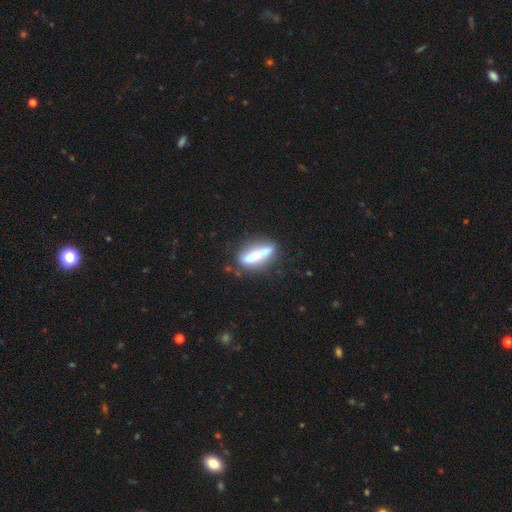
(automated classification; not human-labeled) smooth_or_featured: smooth (p=0.54) [alt: featured or disk p=0.37]
how_rounded: cigar-shaped (p=0.59) [alt: in between p=0.38]
merging: none (p=0.53) [alt: minor disturbance p=0.20]